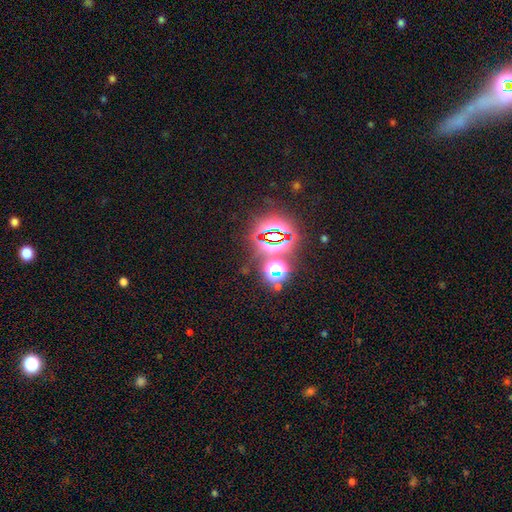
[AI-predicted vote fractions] Overall: star or artifact (79%).